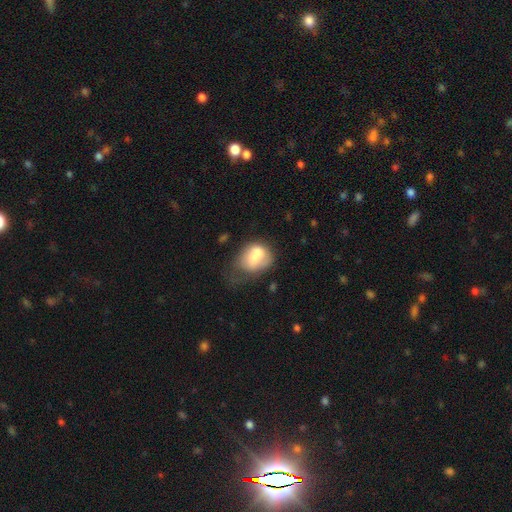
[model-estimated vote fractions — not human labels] Smooth or featured? smooth (64%)
How rounded? in between (63%)
Merging? merger (28%)